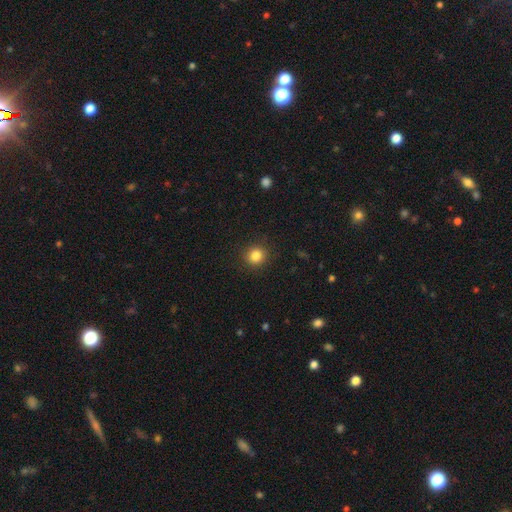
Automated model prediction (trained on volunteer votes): Morphology: type=smooth (84%); roundness=round (91%); merging=none (91%).